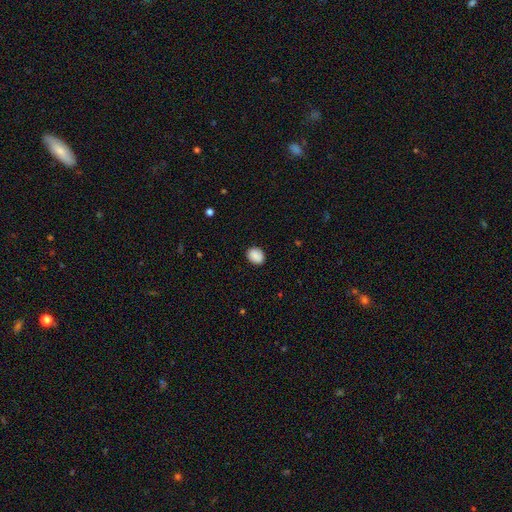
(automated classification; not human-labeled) smooth_or_featured: smooth (p=0.89) [alt: star or artifact p=0.08]
how_rounded: in between (p=0.50) [alt: round p=0.49]
merging: none (p=0.86) [alt: minor disturbance p=0.10]